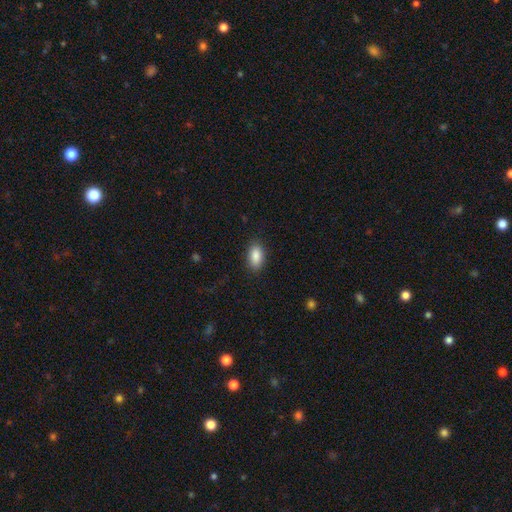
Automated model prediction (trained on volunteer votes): Smooth or featured? Predicted: smooth (p=0.89). How rounded? Predicted: in between (p=0.92). Merging? Predicted: none (p=0.87).